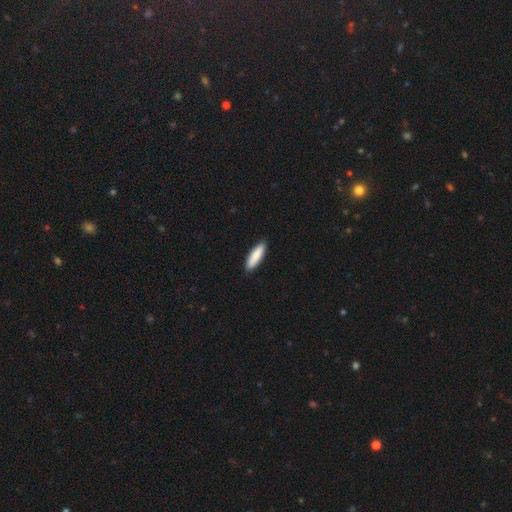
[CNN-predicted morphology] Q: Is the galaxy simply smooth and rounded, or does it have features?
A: smooth — 88%.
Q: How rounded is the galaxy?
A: cigar-shaped — 62%.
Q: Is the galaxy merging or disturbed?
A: none — 90%.